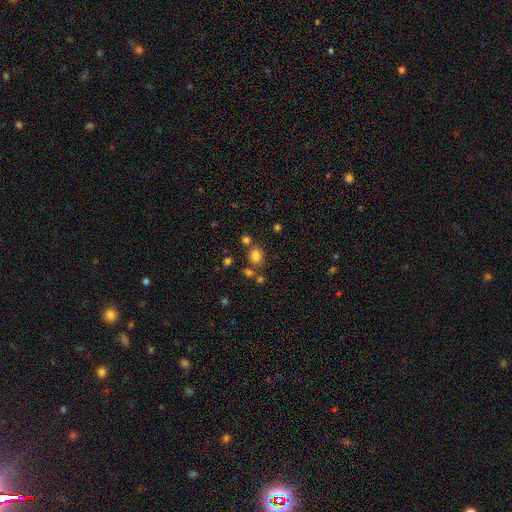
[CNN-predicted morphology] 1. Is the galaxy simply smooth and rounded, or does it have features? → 78% smooth, 16% star or artifact, 7% featured or disk.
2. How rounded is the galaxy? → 56% round, 43% in between, 1% cigar-shaped.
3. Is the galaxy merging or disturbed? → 70% none, 14% merger, 12% minor disturbance, 5% major disturbance.